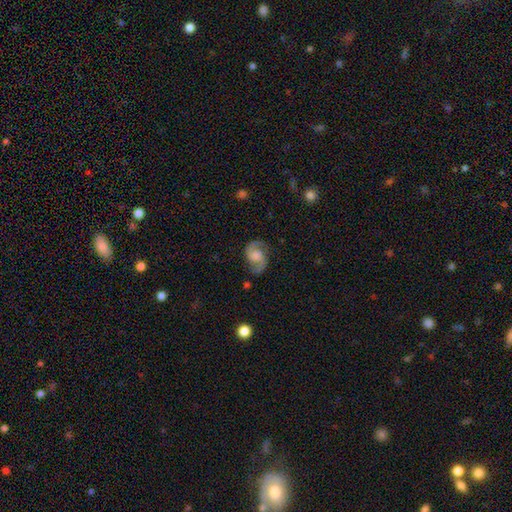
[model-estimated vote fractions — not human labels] This is clearly a featured or disk galaxy (85%). It is clearly not viewed edge-on (98%). Bar: possibly no (53%). Spiral arm pattern: clearly yes (97%). Spiral arm count: clearly 2 (93%). Spiral winding: possibly medium (52%). Central bulge: marginally none (30%). Merging: likely none (77%).